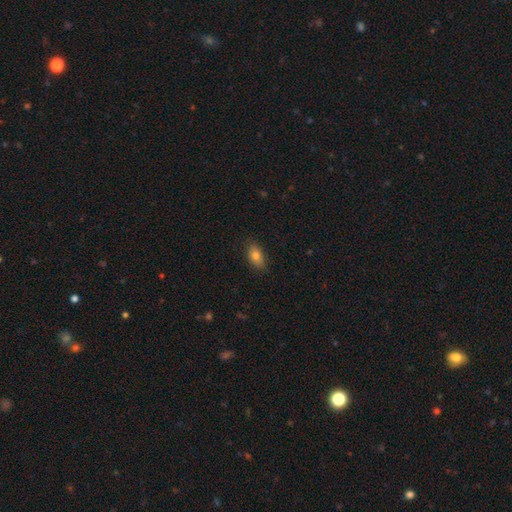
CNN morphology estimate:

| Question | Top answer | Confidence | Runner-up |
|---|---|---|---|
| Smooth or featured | smooth | 80% | featured or disk (12%) |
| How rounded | in between | 89% | round (7%) |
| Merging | none | 83% | minor disturbance (13%) |